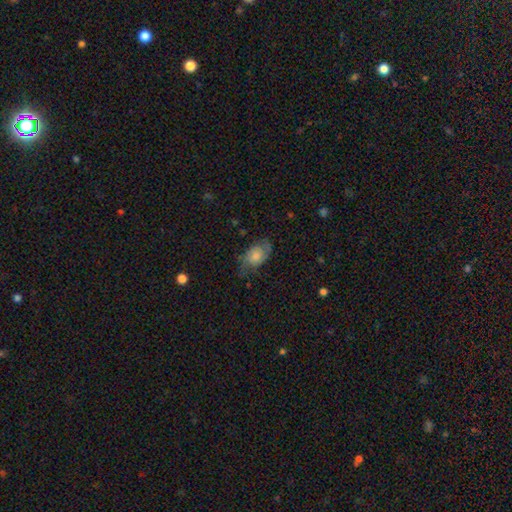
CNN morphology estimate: This appears to be a smooth galaxy with no disk features (51%) that is in between round and cigar-shaped (82%). Merging: none (55%).